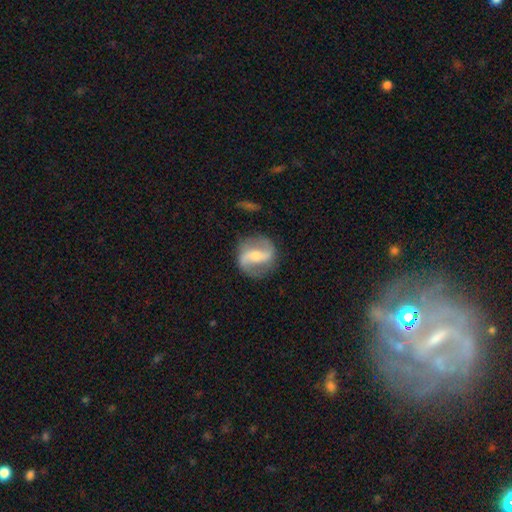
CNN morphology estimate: This appears to be a featured or disk galaxy (82%) with a strong bar (44%), 2 (92%) loose (48%) spiral arms (92%) and a moderate central bulge (51%). Merging: none (82%).